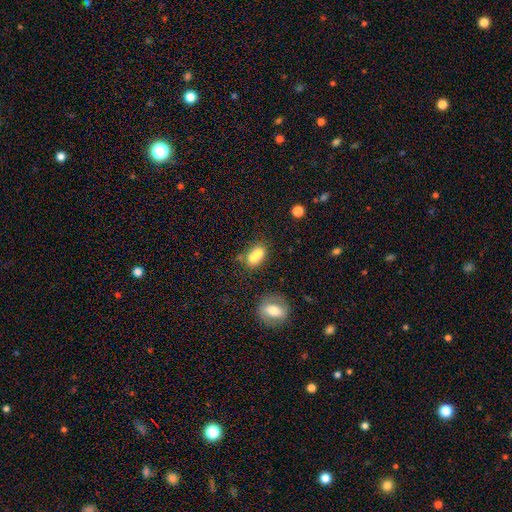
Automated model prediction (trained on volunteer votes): Overall: smooth (69%). How rounded: in between (62%; round 35%). Merging: merger (58%; none 27%).